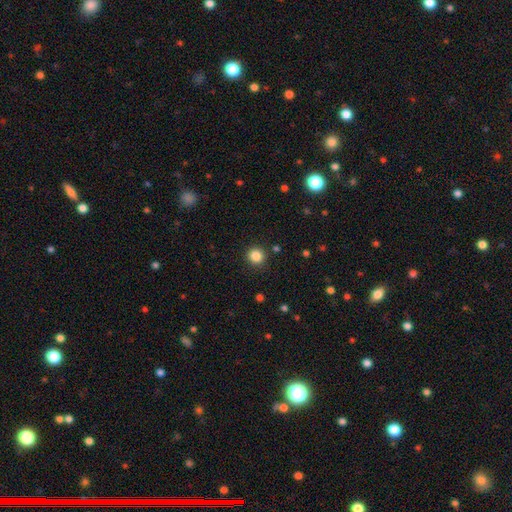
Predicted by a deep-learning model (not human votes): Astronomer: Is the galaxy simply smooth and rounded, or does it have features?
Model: smooth — 85%.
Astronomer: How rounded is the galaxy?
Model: round — 93%.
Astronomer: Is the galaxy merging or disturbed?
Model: none — 91%.